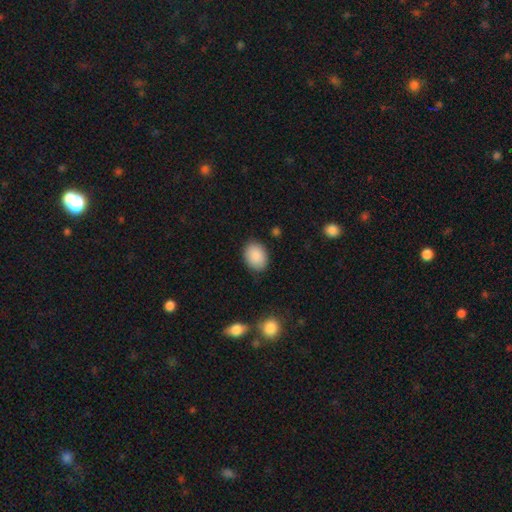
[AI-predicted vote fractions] Smooth or featured: smooth — 89% (star or artifact — 7%)
How rounded: in between — 69% (round — 30%)
Merging: none — 85% (minor disturbance — 11%)